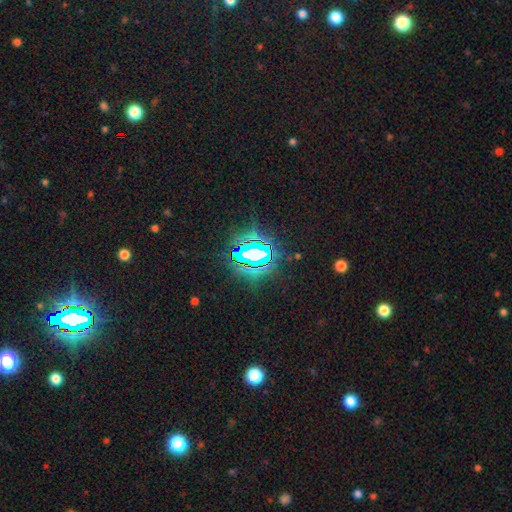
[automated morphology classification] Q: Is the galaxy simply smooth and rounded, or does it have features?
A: star or artifact — 75%.